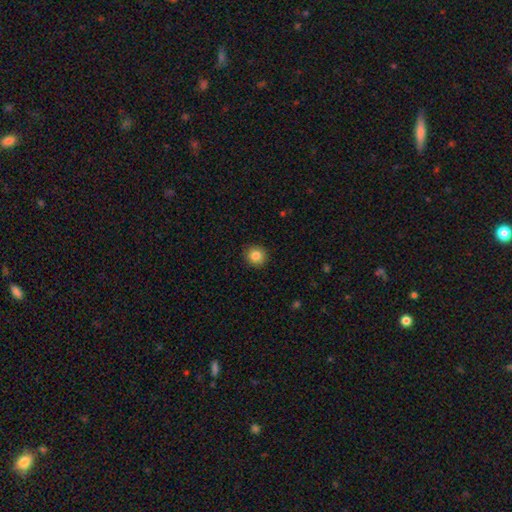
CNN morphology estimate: smooth_or_featured: smooth (p=0.85) [alt: star or artifact p=0.10]
how_rounded: round (p=0.89) [alt: in between p=0.10]
merging: none (p=0.91) [alt: minor disturbance p=0.06]